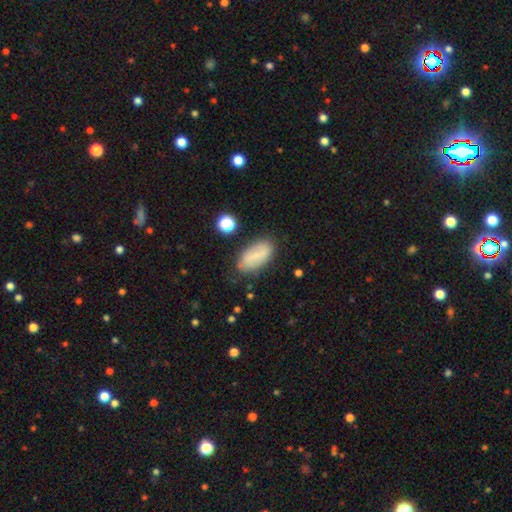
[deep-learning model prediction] Smooth or featured? Predicted: smooth (p=0.60). How rounded? Predicted: in between (p=0.91). Merging? Predicted: none (p=0.76).